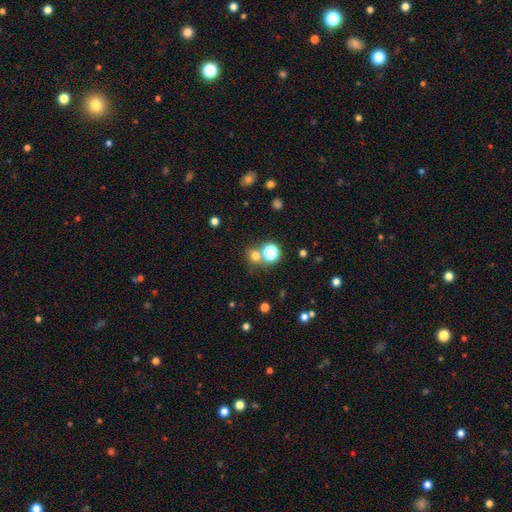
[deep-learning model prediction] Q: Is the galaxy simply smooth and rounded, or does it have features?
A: smooth — 66%.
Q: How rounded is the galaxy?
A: round — 82%.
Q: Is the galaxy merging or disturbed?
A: none — 66%.